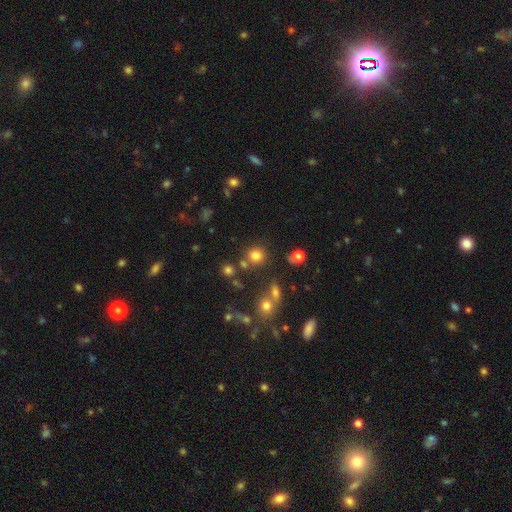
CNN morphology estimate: This appears to be a smooth galaxy with no disk features (77%) that is round (89%). Merging: none (75%).